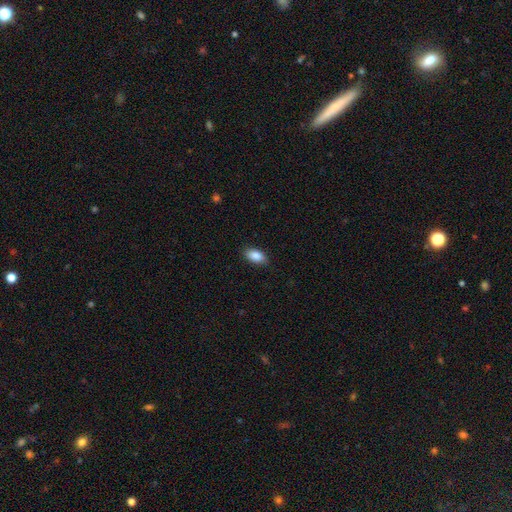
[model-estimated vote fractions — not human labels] This is clearly a smooth galaxy (88%). How rounded: clearly in between (93%). Merging: clearly none (87%).